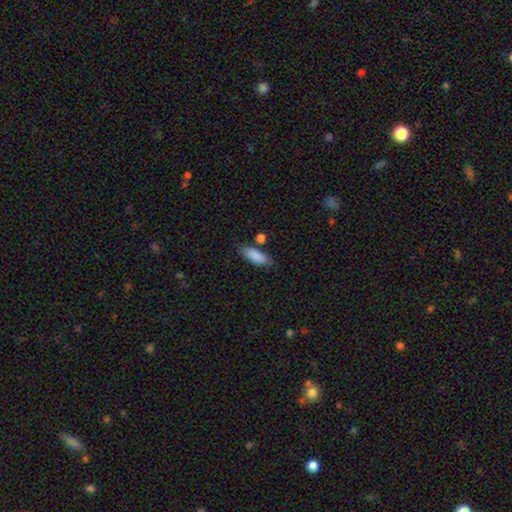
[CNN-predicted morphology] Smooth or featured? Predicted: smooth (p=0.87). How rounded? Predicted: in between (p=0.70). Merging? Predicted: none (p=0.74).